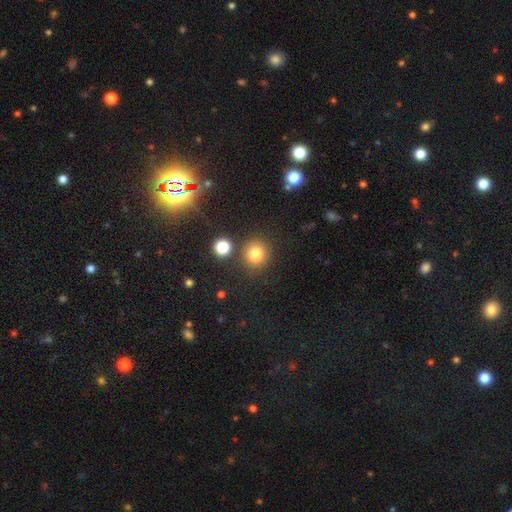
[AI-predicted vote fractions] smooth-or-featured: smooth: 80% | star or artifact: 14% | featured or disk: 6%
  how-rounded: round: 89% | in between: 10% | cigar-shaped: 1%
  merging: none: 81% | minor disturbance: 8% | merger: 8% | major disturbance: 3%